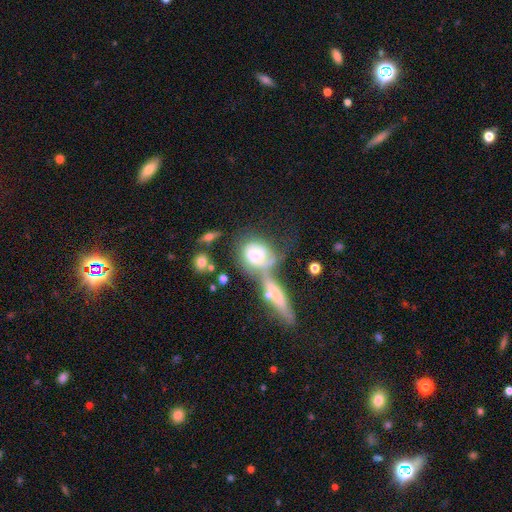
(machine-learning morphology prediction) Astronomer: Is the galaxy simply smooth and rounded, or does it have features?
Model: smooth — 47% (runner-up: featured or disk, 43%).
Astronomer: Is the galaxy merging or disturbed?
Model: merger — 46% (runner-up: none, 23%).